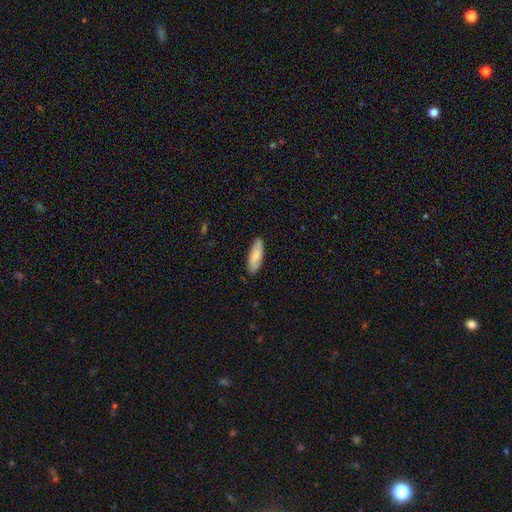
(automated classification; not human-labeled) The model was most divided on "how rounded": in between: 53%, cigar-shaped: 46%, round: 2%. More confident: merging — none (86%); smooth or featured — smooth (81%).